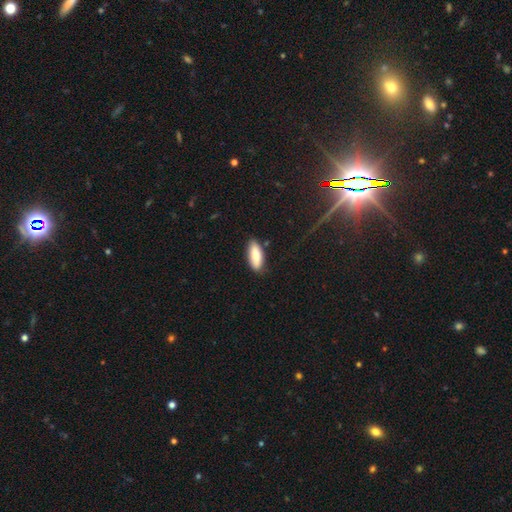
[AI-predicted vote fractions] Morphology: type=smooth (80%); roundness=in between (76%); merging=none (83%).